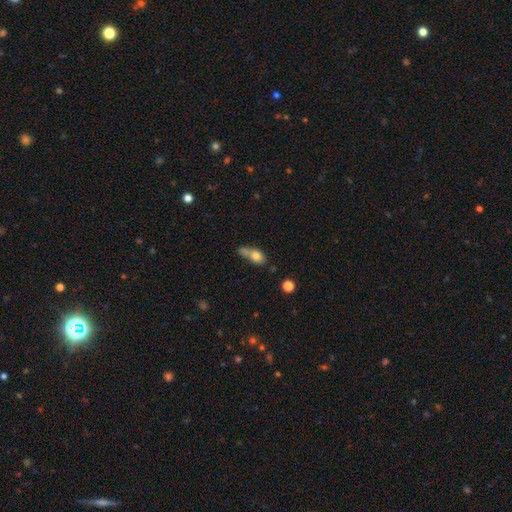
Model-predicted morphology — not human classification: smooth 74%, featured or disk 16%, star or artifact 10%. Down the decision tree: how rounded — in between (70%); merging — merger (45%).